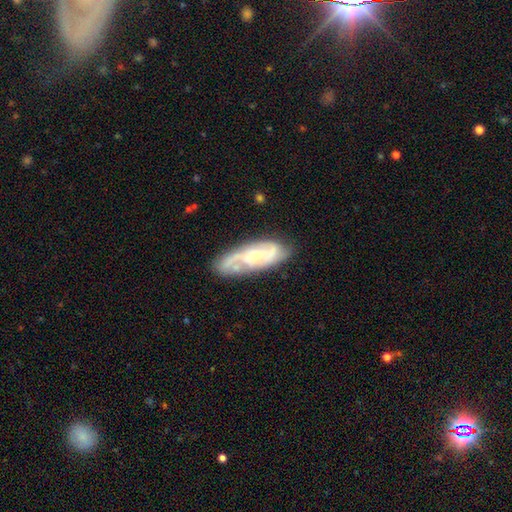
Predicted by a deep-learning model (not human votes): Smooth or featured? Predicted: featured or disk (p=0.73). Edge-on disk? Predicted: no (p=0.88). Bar? Predicted: no (p=0.59). Spiral arms? Predicted: yes (p=0.92). Spiral winding? Predicted: medium (p=0.42, tied with tight). Spiral arm count? Predicted: 2 (p=0.44). Bulge size? Predicted: small (p=0.51). Merging? Predicted: none (p=0.71).